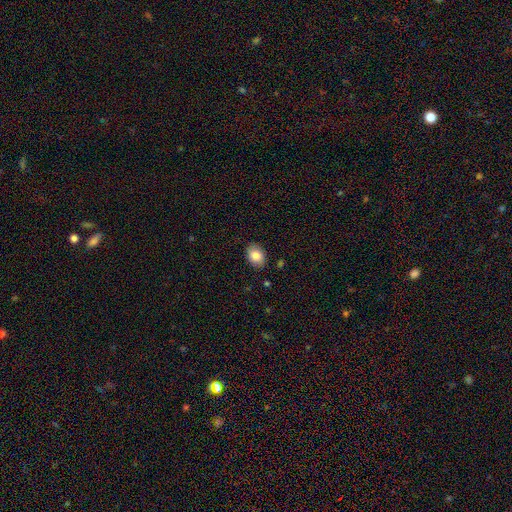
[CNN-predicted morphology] The model was most divided on "how rounded": in between: 74%, round: 25%, cigar-shaped: 1%. More confident: merging — none (86%); smooth or featured — smooth (84%).